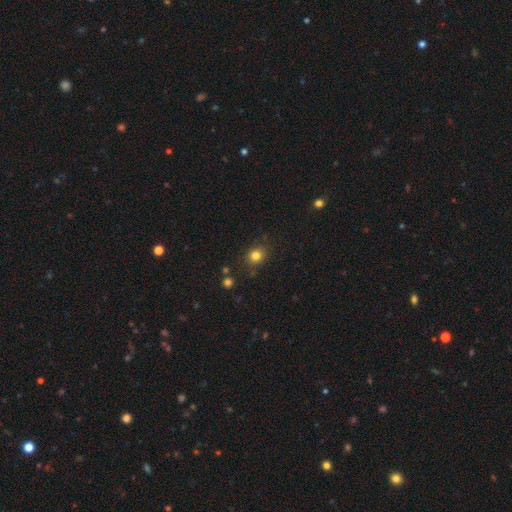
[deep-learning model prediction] Smooth or featured?
  - smooth: 81% *
  - star or artifact: 13%
  - featured or disk: 6%
How rounded?
  - round: 72% *
  - in between: 27%
  - cigar-shaped: 1%
Merging?
  - none: 84% *
  - minor disturbance: 10%
  - major disturbance: 3%
  - merger: 3%